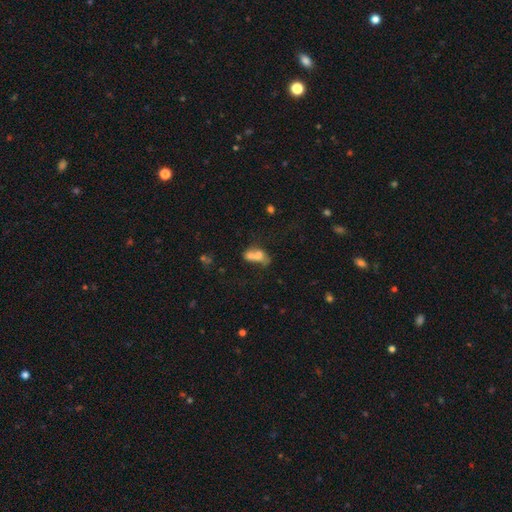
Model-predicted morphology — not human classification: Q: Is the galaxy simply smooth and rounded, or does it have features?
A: smooth — 62%.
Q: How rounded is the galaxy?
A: in between — 60%.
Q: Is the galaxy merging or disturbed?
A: merger — 71%.